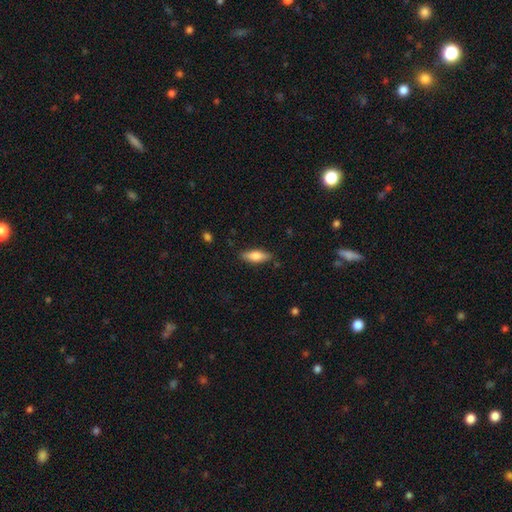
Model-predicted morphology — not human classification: Q: Smooth or featured?
A: smooth (68%); runner-up: featured or disk (25%)
Q: How rounded?
A: in between (60%); runner-up: cigar-shaped (38%)
Q: Merging?
A: none (85%); runner-up: minor disturbance (11%)